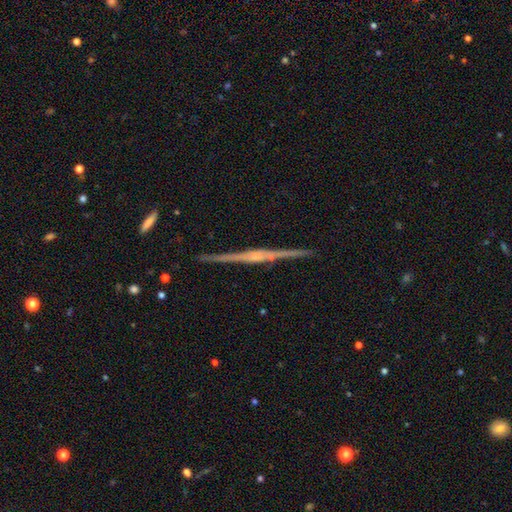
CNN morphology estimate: A featured or disk galaxy (86%) viewed edge-on (99%) with a rounded central bulge (56%). Merging: none (91%).